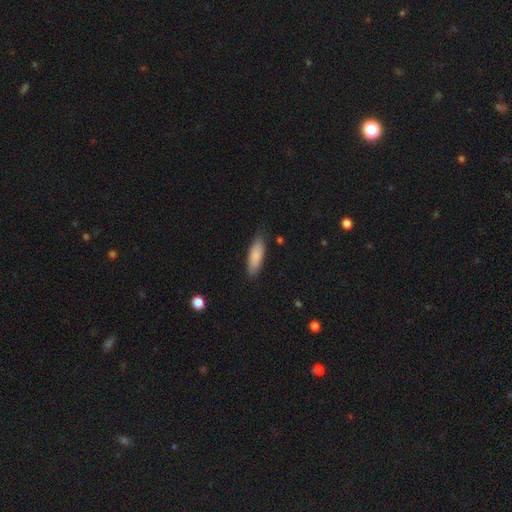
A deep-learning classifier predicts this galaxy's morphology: smooth_or_featured: smooth (p=0.85) [alt: featured or disk p=0.09]
how_rounded: in between (p=0.56) [alt: cigar-shaped p=0.43]
merging: none (p=0.82) [alt: minor disturbance p=0.14]